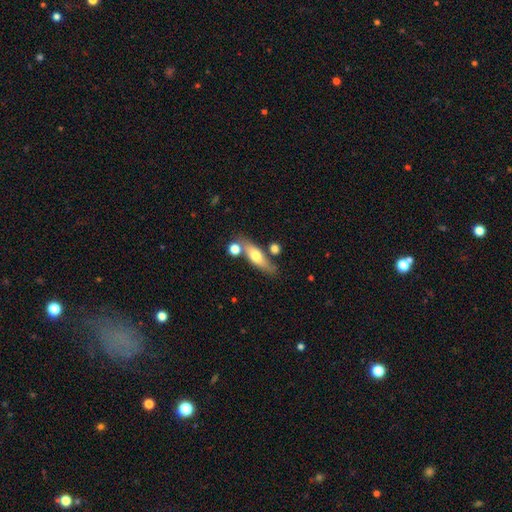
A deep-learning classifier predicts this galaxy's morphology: Smooth or featured?
  - smooth: 57% *
  - featured or disk: 36%
  - star or artifact: 7%
How rounded?
  - in between: 49% *
  - cigar-shaped: 47%
  - round: 5%
Merging?
  - none: 65% *
  - minor disturbance: 15%
  - merger: 15%
  - major disturbance: 5%